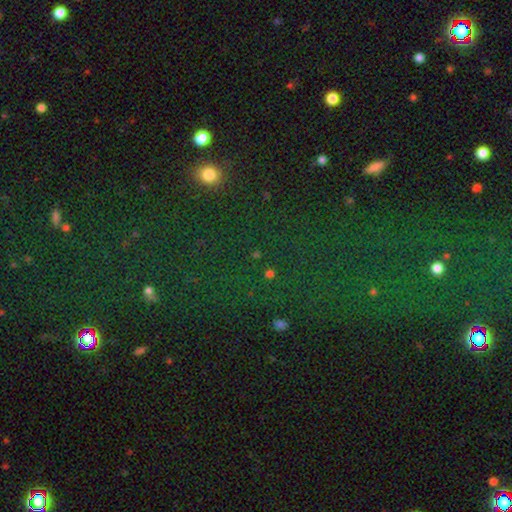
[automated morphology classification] Q: Smooth or featured?
A: star or artifact (65%); runner-up: smooth (26%)